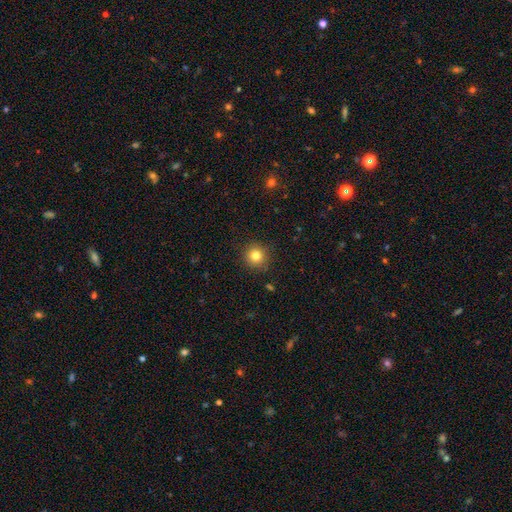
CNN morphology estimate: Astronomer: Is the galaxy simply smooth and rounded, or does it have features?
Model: smooth — 82%.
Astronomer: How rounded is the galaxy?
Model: round — 94%.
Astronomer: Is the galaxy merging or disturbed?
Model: none — 90%.